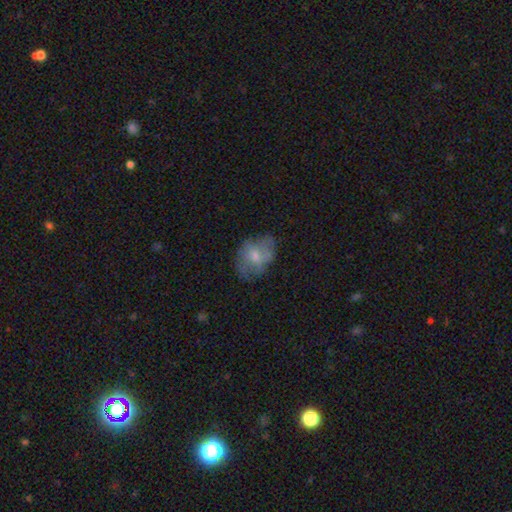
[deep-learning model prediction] A smooth galaxy with no disk features (56%) that is in between round and cigar-shaped (73%).

Vote fractions:
- Smooth or featured? smooth: 56% / featured or disk: 36% / star or artifact: 8%
- How rounded? in between: 73% / round: 26% / cigar-shaped: 1%
- Merging? none: 53% / minor disturbance: 29% / major disturbance: 17% / merger: 2%